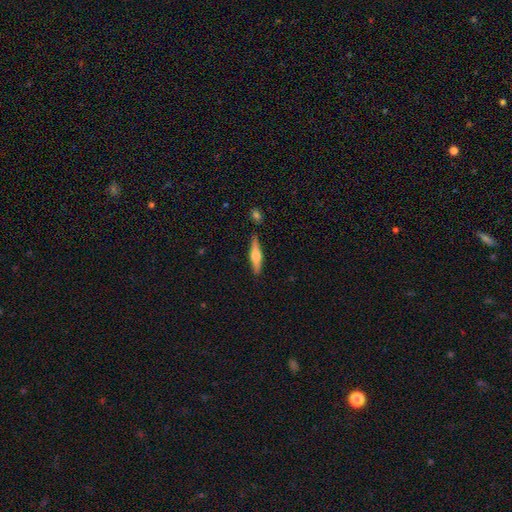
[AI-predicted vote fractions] Smooth or featured?
  - featured or disk: 50% *
  - smooth: 44%
  - star or artifact: 6%
Edge-on disk?
  - yes: 95% *
  - no: 5%
Merging?
  - none: 85% *
  - minor disturbance: 10%
  - merger: 3%
  - major disturbance: 2%